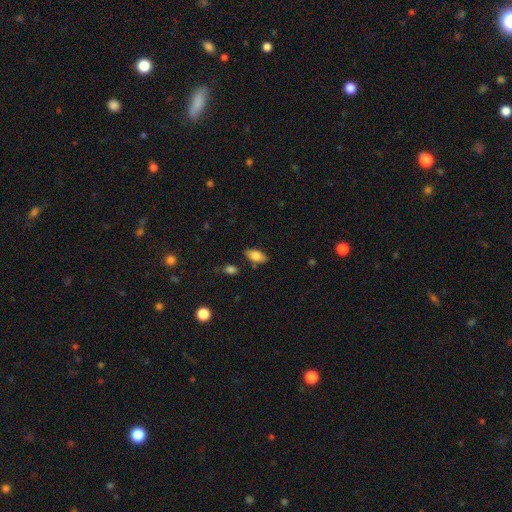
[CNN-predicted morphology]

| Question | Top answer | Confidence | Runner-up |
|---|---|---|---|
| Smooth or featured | smooth | 79% | featured or disk (14%) |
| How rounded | in between | 89% | cigar-shaped (7%) |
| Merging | none | 79% | minor disturbance (14%) |